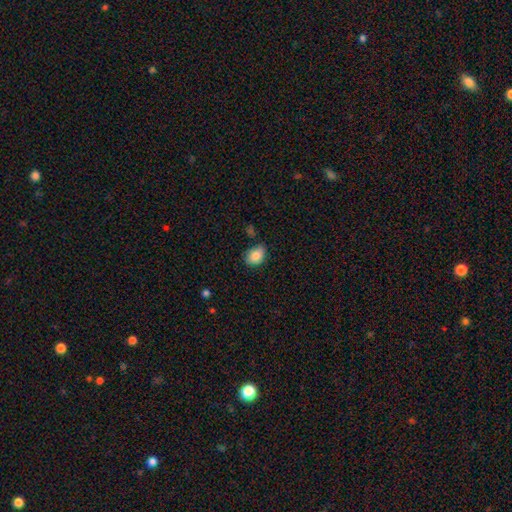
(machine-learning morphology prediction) The model was most divided on "how rounded": in between: 74%, round: 25%, cigar-shaped: 1%. More confident: smooth or featured — smooth (86%); merging — none (72%).